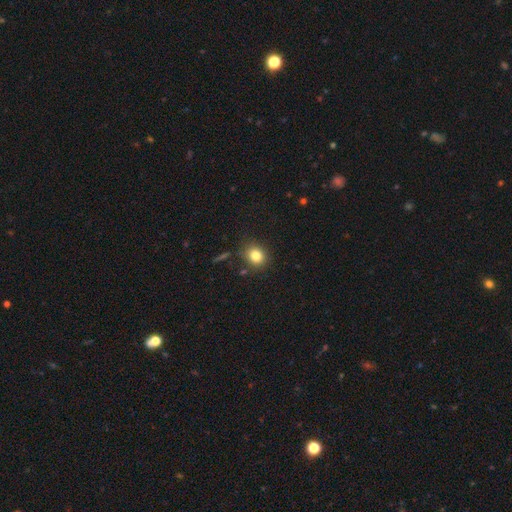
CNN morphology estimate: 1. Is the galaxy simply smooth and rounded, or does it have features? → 81% smooth, 12% star or artifact, 7% featured or disk.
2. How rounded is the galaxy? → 74% round, 25% in between, 1% cigar-shaped.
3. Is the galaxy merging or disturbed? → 83% none, 10% minor disturbance, 4% merger, 3% major disturbance.